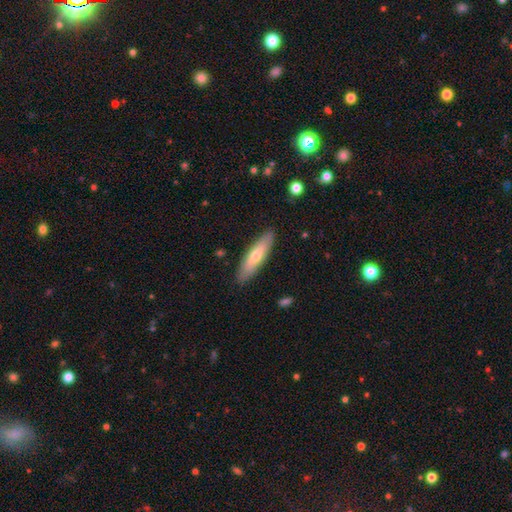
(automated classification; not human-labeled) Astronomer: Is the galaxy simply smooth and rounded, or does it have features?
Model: smooth — 62%.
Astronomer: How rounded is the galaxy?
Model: cigar-shaped — 73%.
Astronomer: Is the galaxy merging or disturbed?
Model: none — 88%.